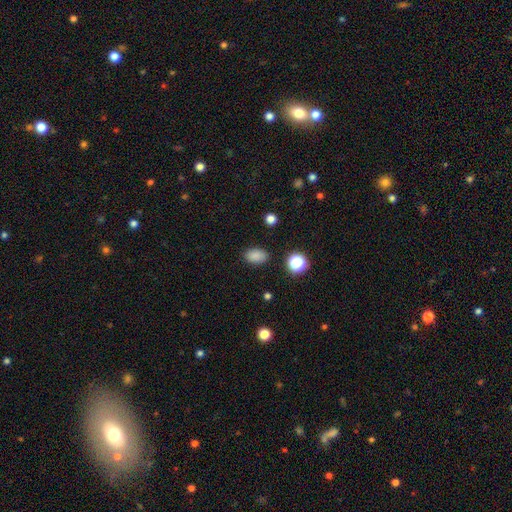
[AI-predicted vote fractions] Smooth or featured?
  - smooth: 85% *
  - star or artifact: 12%
  - featured or disk: 4%
How rounded?
  - in between: 84% *
  - round: 14%
  - cigar-shaped: 1%
Merging?
  - none: 86% *
  - minor disturbance: 10%
  - major disturbance: 3%
  - merger: 2%